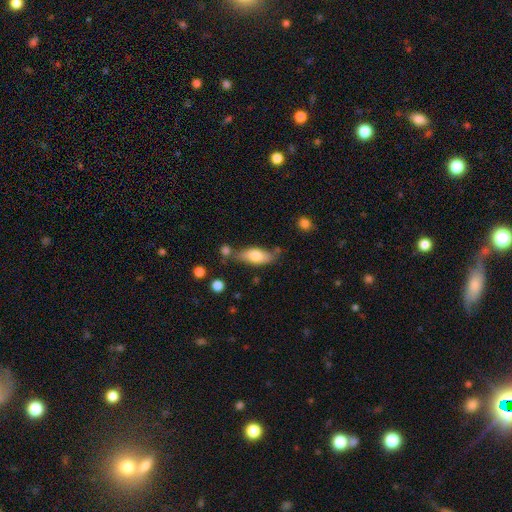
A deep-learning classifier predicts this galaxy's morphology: This is likely a smooth galaxy (70%). How rounded: likely in between (77%). Merging: likely none (62%).